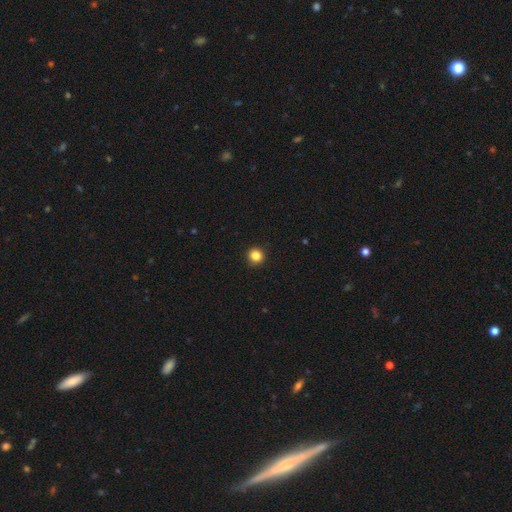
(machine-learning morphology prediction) type=smooth (84%); roundness=round (93%); merging=none (93%).